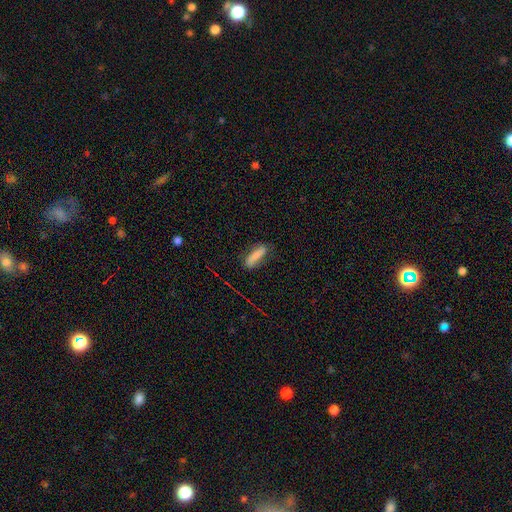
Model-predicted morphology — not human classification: smooth 76%, featured or disk 16%, star or artifact 8%. Down the decision tree: how rounded — cigar-shaped (61%); merging — none (72%).